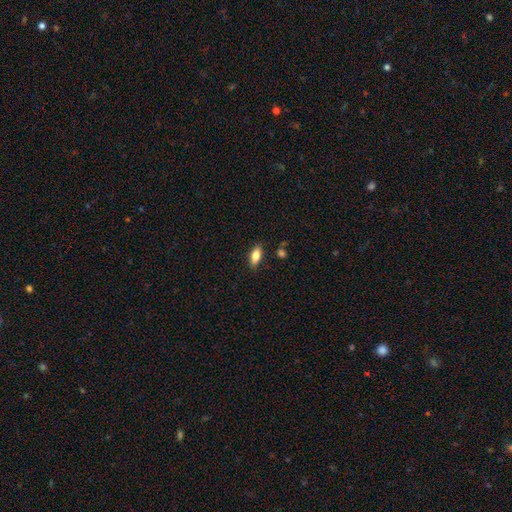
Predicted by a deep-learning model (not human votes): Smooth or featured? Predicted: smooth (p=0.77). How rounded? Predicted: in between (p=0.84). Merging? Predicted: none (p=0.85).